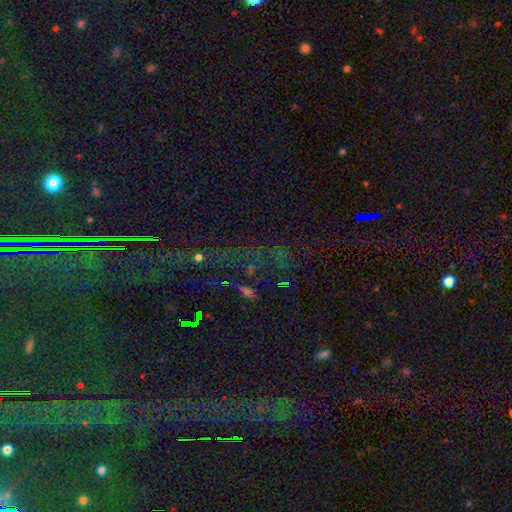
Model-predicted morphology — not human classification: A star or artifact, not a galaxy (84%).

Vote fractions:
- Smooth or featured? star or artifact: 84% / featured or disk: 8% / smooth: 8%